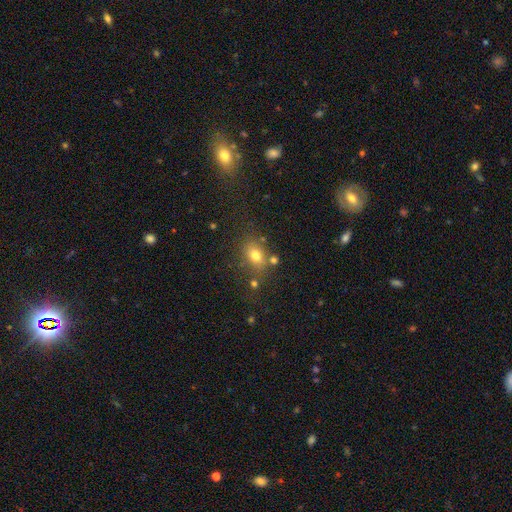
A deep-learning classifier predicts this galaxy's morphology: type=smooth (73%); roundness=in between (63%); merging=none (69%).